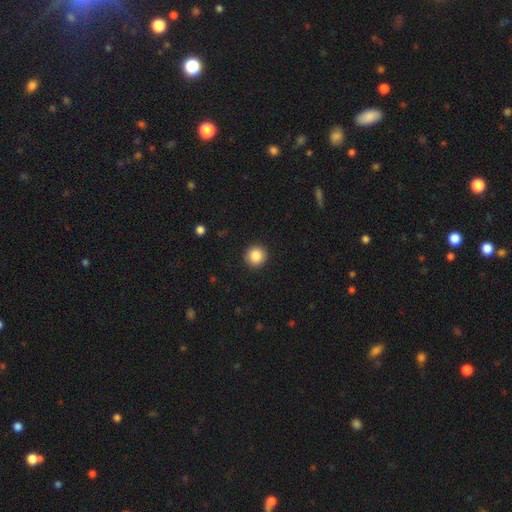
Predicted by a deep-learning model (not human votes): A smooth galaxy with no disk features (87%) that is round (94%). Merging: none (92%).